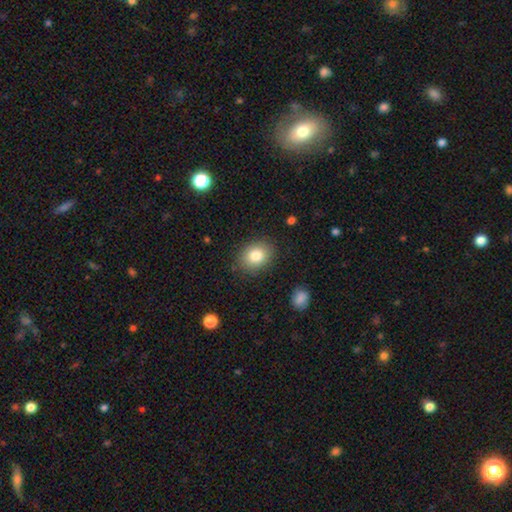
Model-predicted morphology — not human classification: Q: Smooth or featured?
A: smooth (82%); runner-up: star or artifact (9%)
Q: How rounded?
A: in between (57%); runner-up: round (42%)
Q: Merging?
A: none (86%); runner-up: minor disturbance (10%)